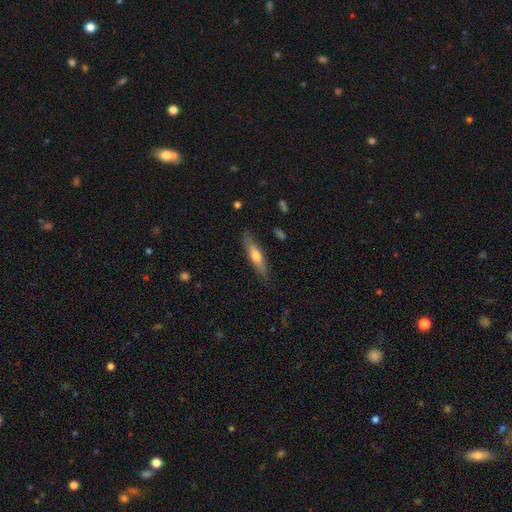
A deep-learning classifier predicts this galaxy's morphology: Q: Smooth or featured?
A: smooth (54%); runner-up: featured or disk (40%)
Q: How rounded?
A: cigar-shaped (79%); runner-up: in between (19%)
Q: Merging?
A: none (81%); runner-up: minor disturbance (14%)